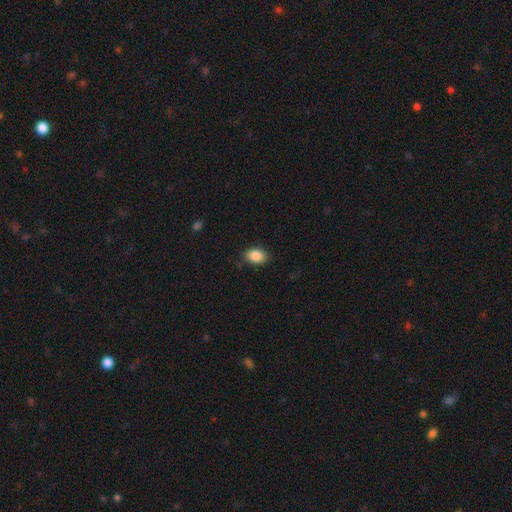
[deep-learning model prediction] The model was most divided on "how rounded": in between: 78%, round: 20%, cigar-shaped: 1%. More confident: smooth or featured — smooth (87%); merging — none (84%).